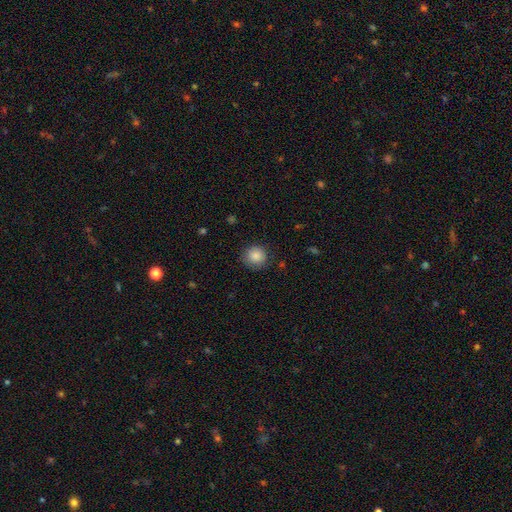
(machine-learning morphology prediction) smooth_or_featured: smooth (p=0.86) [alt: star or artifact p=0.09]
how_rounded: round (p=0.91) [alt: in between p=0.08]
merging: none (p=0.83) [alt: minor disturbance p=0.13]